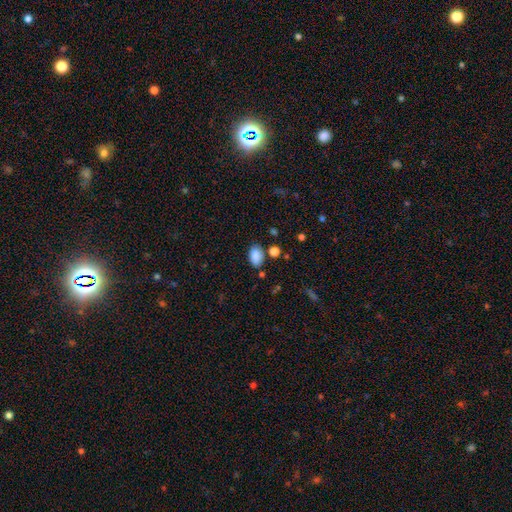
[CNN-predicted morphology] Overall: smooth (86%). How rounded: in between (88%). Merging: none (74%).